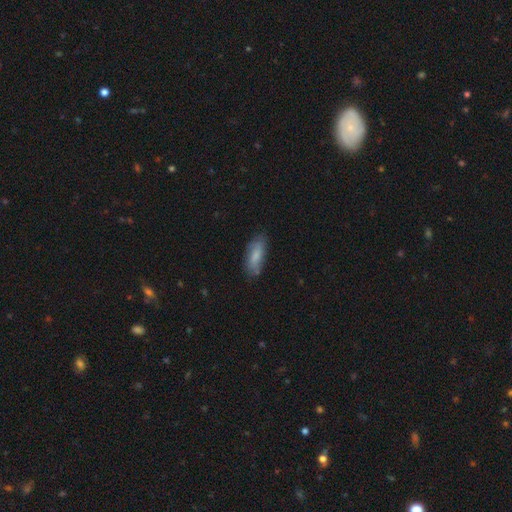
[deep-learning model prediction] A smooth galaxy with no disk features (71%) that is in between round and cigar-shaped (72%).

Vote fractions:
- Smooth or featured? smooth: 71% / featured or disk: 23% / star or artifact: 7%
- How rounded? in between: 72% / cigar-shaped: 26% / round: 2%
- Merging? none: 71% / minor disturbance: 22% / major disturbance: 5% / merger: 2%